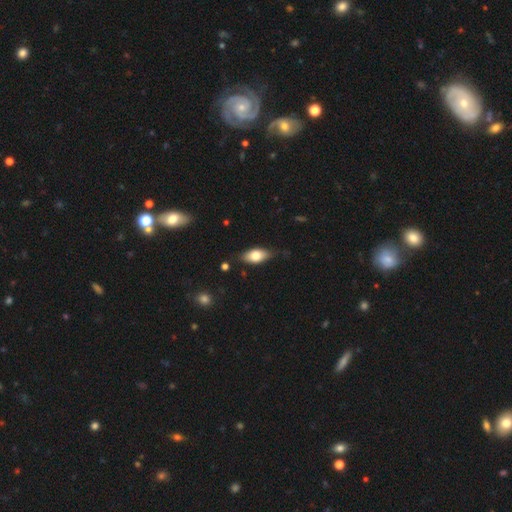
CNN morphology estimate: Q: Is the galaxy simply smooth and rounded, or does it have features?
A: smooth — 72%.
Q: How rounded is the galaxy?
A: in between — 87%.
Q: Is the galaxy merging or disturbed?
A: none — 74%.